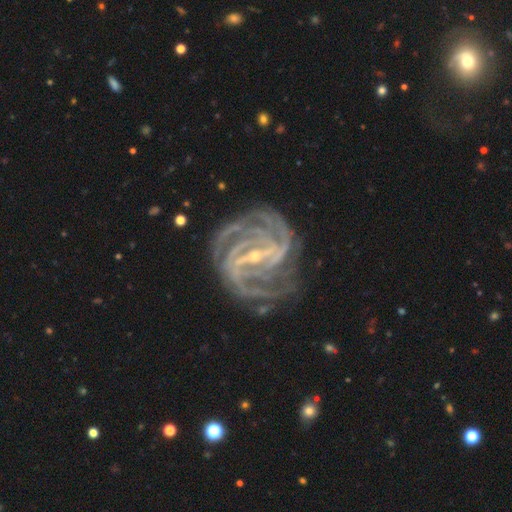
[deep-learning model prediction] smooth-or-featured: featured or disk: 93% | star or artifact: 5% | smooth: 2%
  disk-edge-on: no: 98% | yes: 2%
    bar: strong: 66% | weak: 26% | no: 8%
    has-spiral-arms: yes: 99% | no: 1%
      spiral-winding: tight: 69% | medium: 27% | loose: 4%
      spiral-arm-count: 4: 33% | 3: 19% | 2: 14% | more than 4: 13% | can't tell: 13% | 1: 8%
    bulge-size: small: 75% | moderate: 21% | none: 2% | large: 1% | dominant: 1%
  merging: none: 77% | minor disturbance: 15% | major disturbance: 7% | merger: 2%